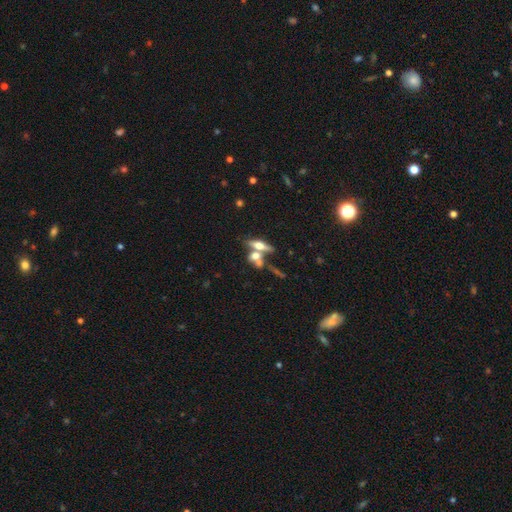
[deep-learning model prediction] featured or disk 53%, smooth 37%, star or artifact 10%. Down the decision tree: edge-on disk — yes (82%); merging — none (44%).